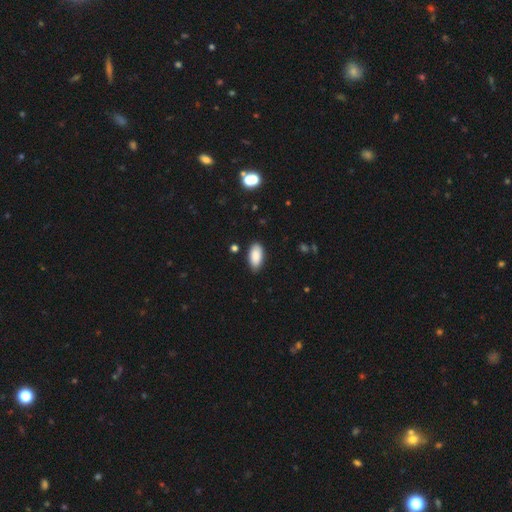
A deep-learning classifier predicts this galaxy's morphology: Q: Smooth or featured?
A: smooth (89%); runner-up: star or artifact (7%)
Q: How rounded?
A: in between (93%); runner-up: cigar-shaped (5%)
Q: Merging?
A: none (85%); runner-up: minor disturbance (12%)